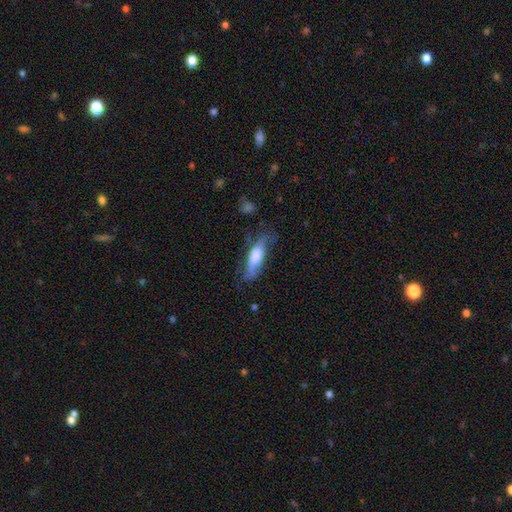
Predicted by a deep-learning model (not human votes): Q: Smooth or featured?
A: smooth (58%); runner-up: featured or disk (34%)
Q: How rounded?
A: in between (50%); runner-up: cigar-shaped (48%)
Q: Merging?
A: none (50%); runner-up: minor disturbance (29%)